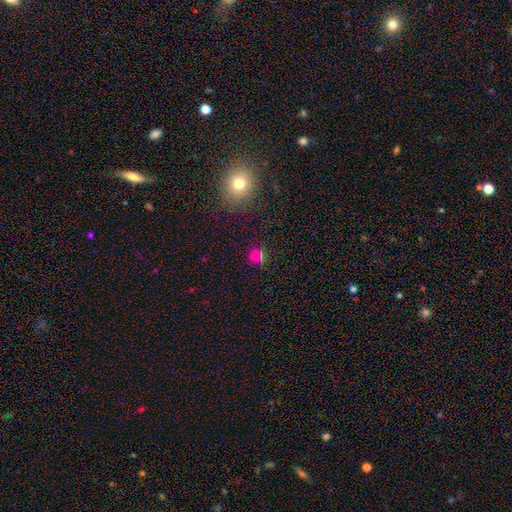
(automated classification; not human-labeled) The model was most divided on "smooth or featured": smooth: 63%, star or artifact: 30%, featured or disk: 7%. More confident: how rounded — round (89%); merging — none (85%).